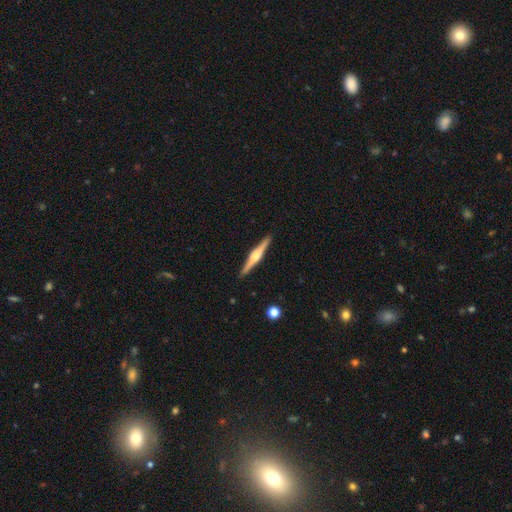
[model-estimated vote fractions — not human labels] This appears to be a featured or disk galaxy (76%) viewed edge-on (98%) with a rounded central bulge (86%). Merging: none (92%).